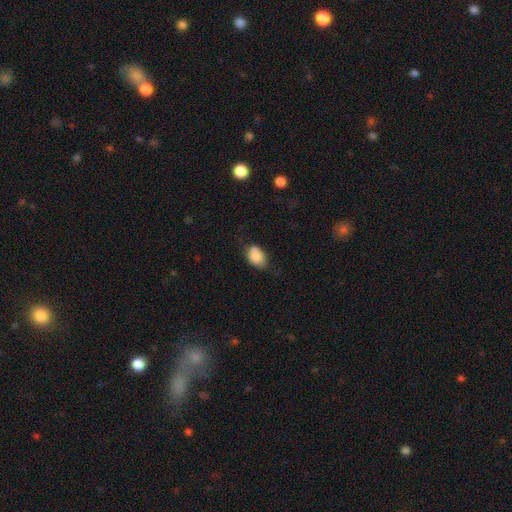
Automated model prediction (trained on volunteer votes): Smooth or featured? Predicted: smooth (p=0.84). How rounded? Predicted: in between (p=0.86). Merging? Predicted: none (p=0.63).